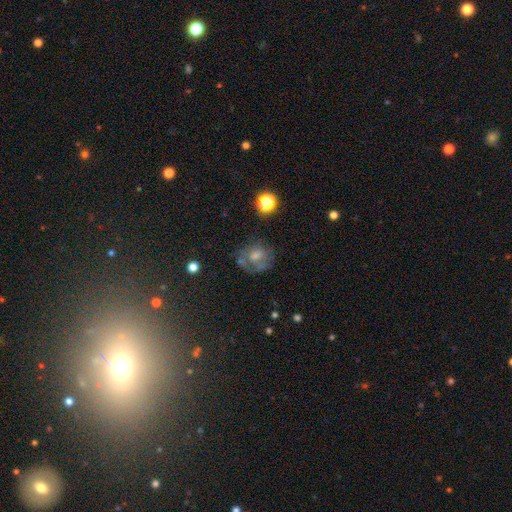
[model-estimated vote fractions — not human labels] Overall: smooth (44%; featured or disk 41%). Merging: none (53%; minor disturbance 23%).